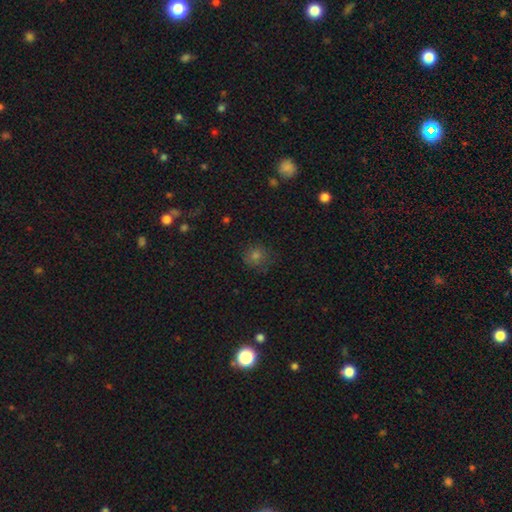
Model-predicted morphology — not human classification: smooth-or-featured: smooth: 65% | star or artifact: 26% | featured or disk: 10%
  how-rounded: round: 89% | in between: 9% | cigar-shaped: 1%
  merging: none: 83% | minor disturbance: 12% | major disturbance: 4% | merger: 2%